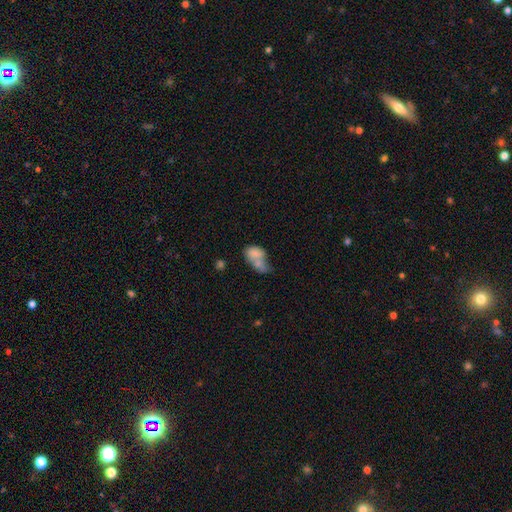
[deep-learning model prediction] Smooth or featured: smooth — 76% (featured or disk — 16%)
How rounded: in between — 83% (round — 15%)
Merging: merger — 63% (none — 18%)